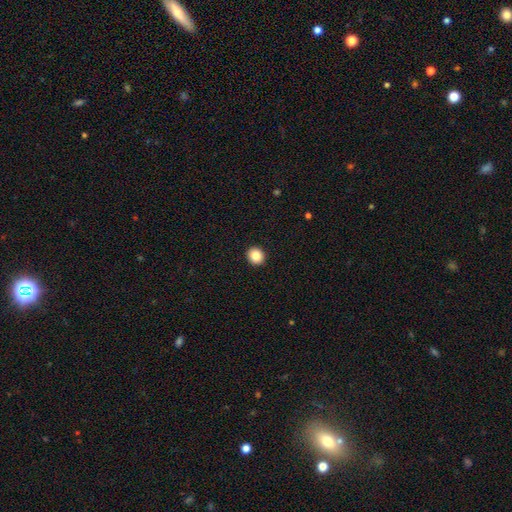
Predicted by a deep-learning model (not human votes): Smooth or featured?
  - smooth: 85% *
  - star or artifact: 9%
  - featured or disk: 6%
How rounded?
  - round: 82% *
  - in between: 17%
  - cigar-shaped: 1%
Merging?
  - none: 93% *
  - minor disturbance: 4%
  - major disturbance: 1%
  - merger: 1%